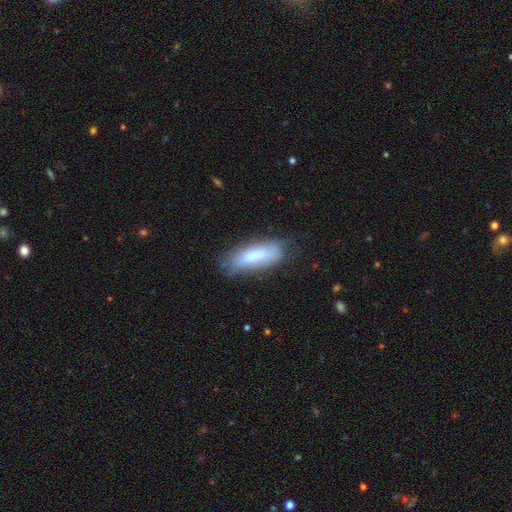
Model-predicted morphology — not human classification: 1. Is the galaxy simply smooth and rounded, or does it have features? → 70% smooth, 23% featured or disk, 7% star or artifact.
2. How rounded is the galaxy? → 60% in between, 38% cigar-shaped, 2% round.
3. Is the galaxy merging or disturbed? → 71% none, 22% minor disturbance, 6% major disturbance, 2% merger.